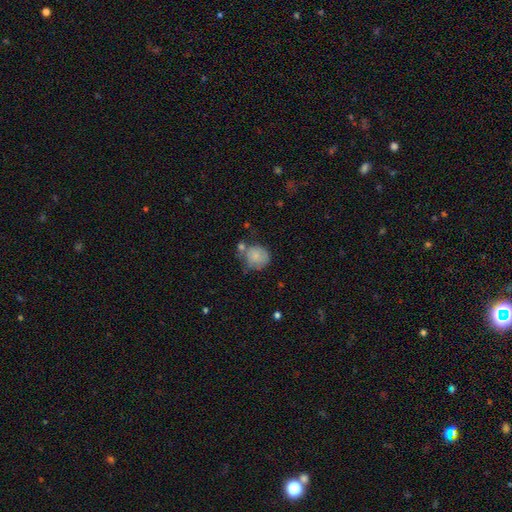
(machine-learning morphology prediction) This appears to be a smooth galaxy with no disk features (78%) that is round (74%). Merging: none (45%).